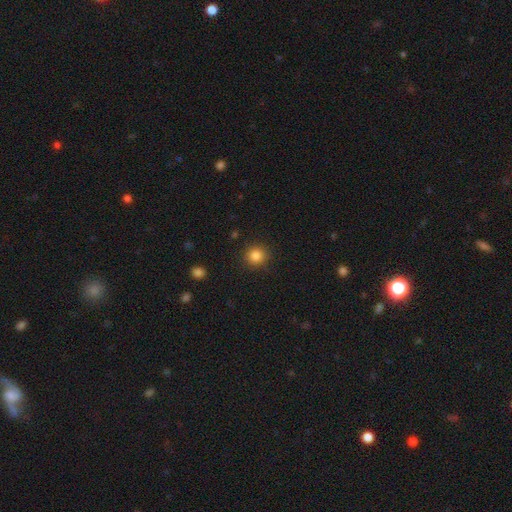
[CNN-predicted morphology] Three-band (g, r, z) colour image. It shows a smooth galaxy with no disk features (85%) that is round (92%). Merging: none (90%).